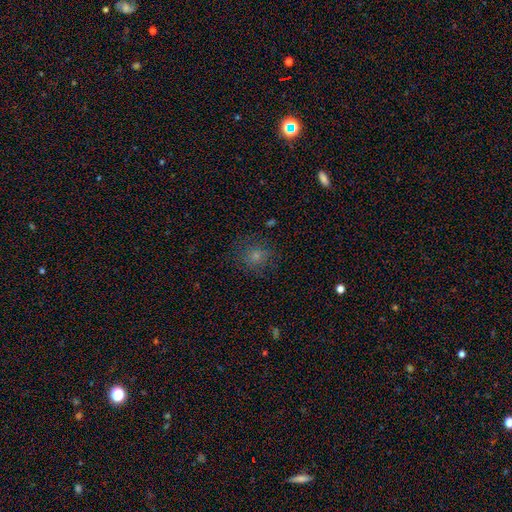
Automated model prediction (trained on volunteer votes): Smooth or featured? smooth (75%)
How rounded? round (85%)
Merging? none (79%)